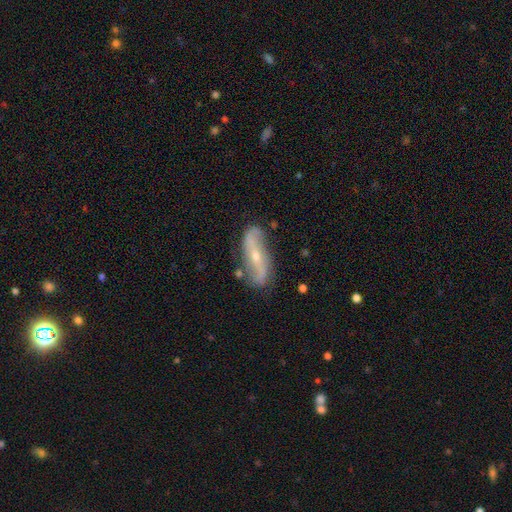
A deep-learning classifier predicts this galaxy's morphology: This appears to be a featured or disk galaxy (79%) with a strong bar (41%), 2 (90%) loose (61%) spiral arms (88%) and a small central bulge (63%). Merging: none (76%).